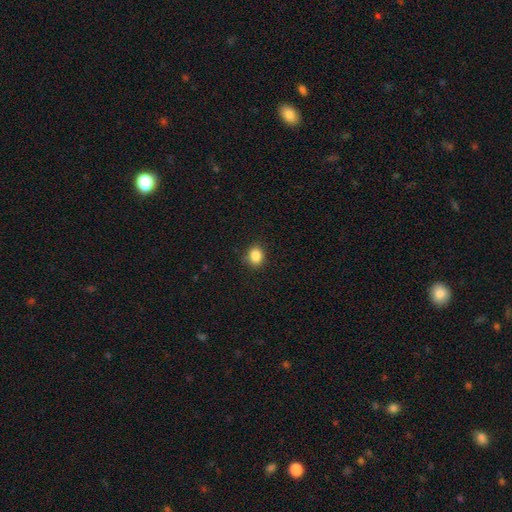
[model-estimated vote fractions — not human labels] The model was most divided on "how rounded": round: 59%, in between: 40%, cigar-shaped: 1%. More confident: smooth or featured — smooth (86%); merging — none (84%).